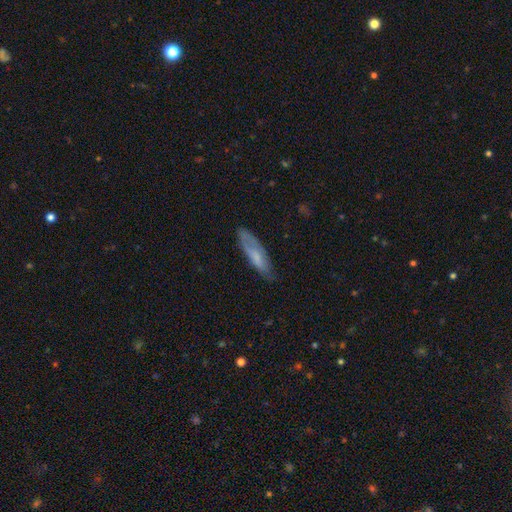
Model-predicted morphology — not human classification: This appears to be a smooth galaxy with no disk features (58%) that is cigar-shaped (62%). Merging: none (69%).